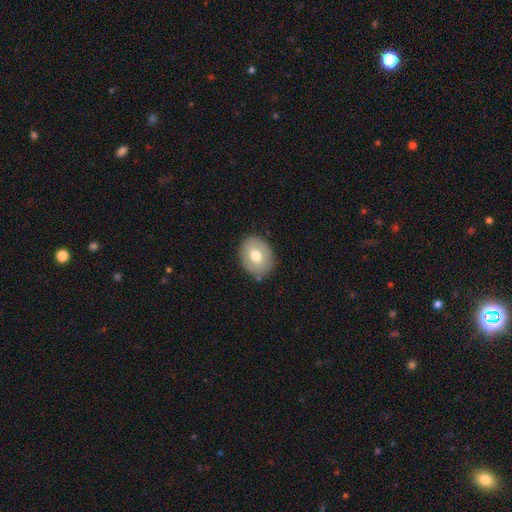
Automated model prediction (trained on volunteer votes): This appears to be a smooth galaxy with no disk features (68%) that is in between round and cigar-shaped (51%). Merging: none (85%).